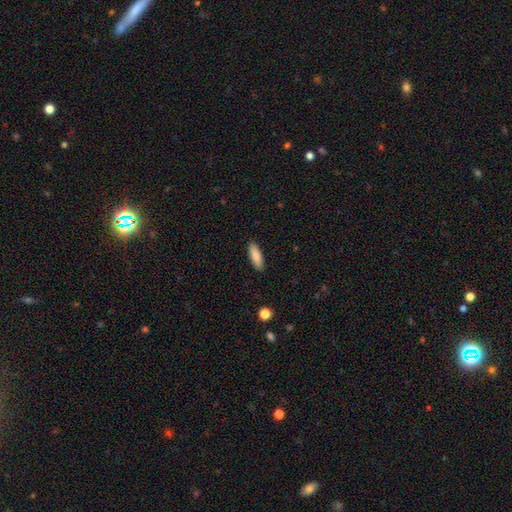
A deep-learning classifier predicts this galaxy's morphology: A smooth galaxy with no disk features (87%) that is in between round and cigar-shaped (55%). Merging: none (89%).